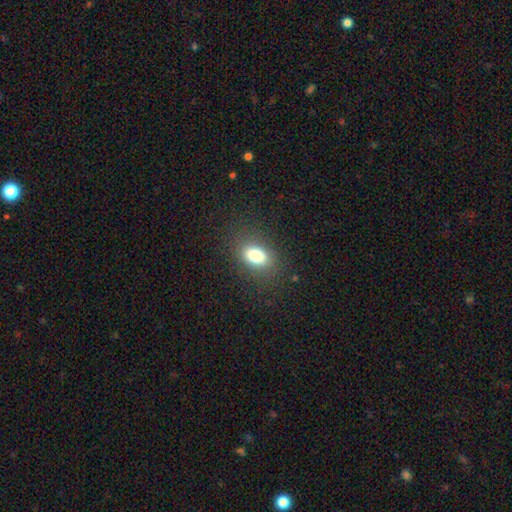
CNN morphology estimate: smooth 80%, star or artifact 11%, featured or disk 9%. Down the decision tree: how rounded — in between (82%); merging — none (84%).